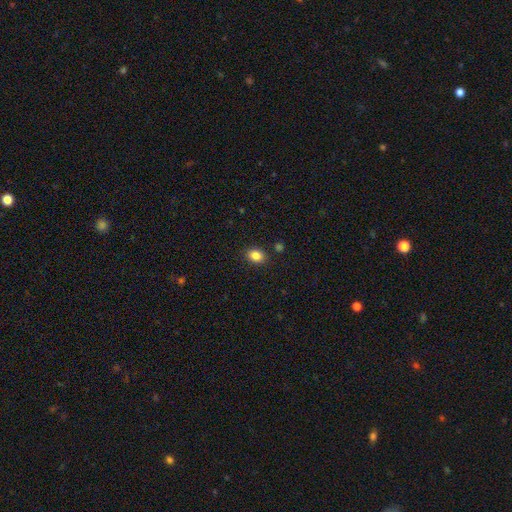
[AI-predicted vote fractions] smooth-or-featured: smooth: 84% | star or artifact: 10% | featured or disk: 6%
  how-rounded: in between: 61% | round: 38% | cigar-shaped: 1%
  merging: none: 87% | minor disturbance: 9% | merger: 3% | major disturbance: 2%